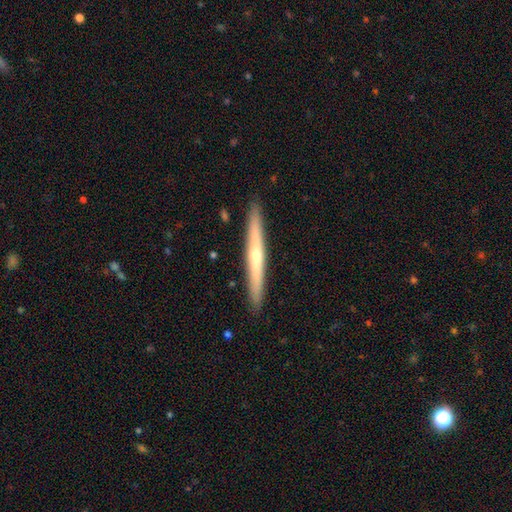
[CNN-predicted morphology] smooth-or-featured: featured or disk: 60% | smooth: 35% | star or artifact: 5%
  disk-edge-on: yes: 97% | no: 3%
    edge-on-bulge: rounded: 65% | none: 33% | boxy: 3%
  merging: none: 92% | minor disturbance: 6% | major disturbance: 1% | merger: 1%